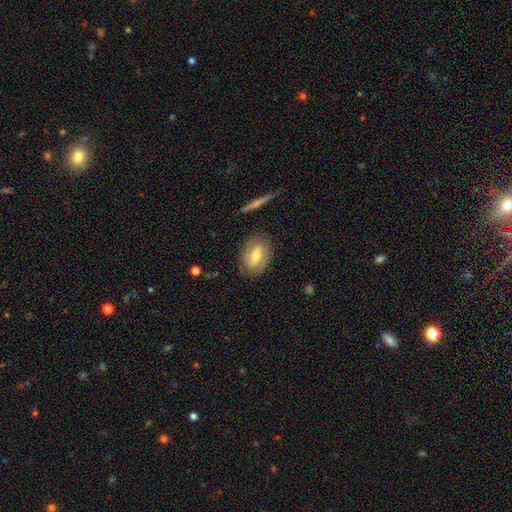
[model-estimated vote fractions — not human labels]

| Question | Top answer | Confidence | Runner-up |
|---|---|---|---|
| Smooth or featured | featured or disk | 47% | smooth (46%) |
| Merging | none | 80% | minor disturbance (15%) |